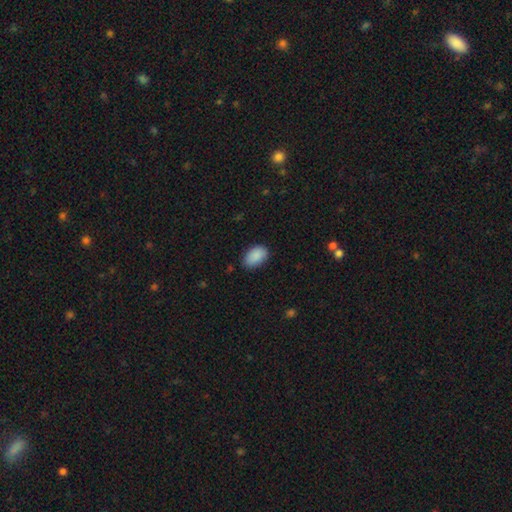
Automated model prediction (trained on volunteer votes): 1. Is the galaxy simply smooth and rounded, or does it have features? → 89% smooth, 7% star or artifact, 4% featured or disk.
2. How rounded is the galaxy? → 91% in between, 8% round, 1% cigar-shaped.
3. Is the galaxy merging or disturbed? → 81% none, 15% minor disturbance, 3% major disturbance, 1% merger.